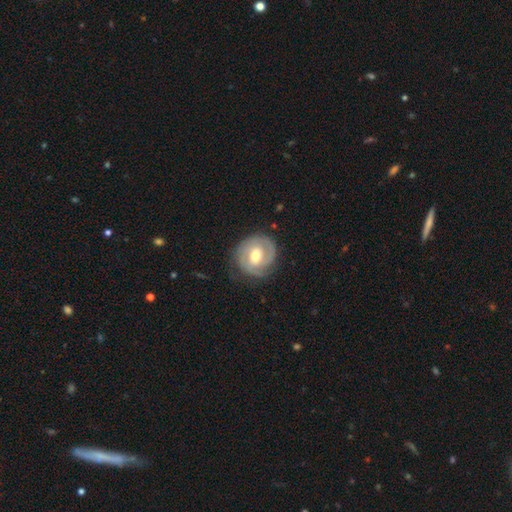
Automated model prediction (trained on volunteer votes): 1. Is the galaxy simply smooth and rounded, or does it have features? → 77% featured or disk, 18% smooth, 5% star or artifact.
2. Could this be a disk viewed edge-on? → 98% no, 2% yes.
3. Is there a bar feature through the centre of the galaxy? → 47% weak, 40% no, 13% strong.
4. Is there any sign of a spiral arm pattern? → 91% yes, 9% no.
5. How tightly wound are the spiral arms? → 66% tight, 27% medium, 8% loose.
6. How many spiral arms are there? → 47% 2, 22% can't tell, 16% 3, 8% 1, 3% 4, 3% more than 4.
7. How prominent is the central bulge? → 74% moderate, 17% small, 7% large, 1% none, 1% dominant.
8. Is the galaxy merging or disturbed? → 75% none, 18% minor disturbance, 7% major disturbance, 1% merger.